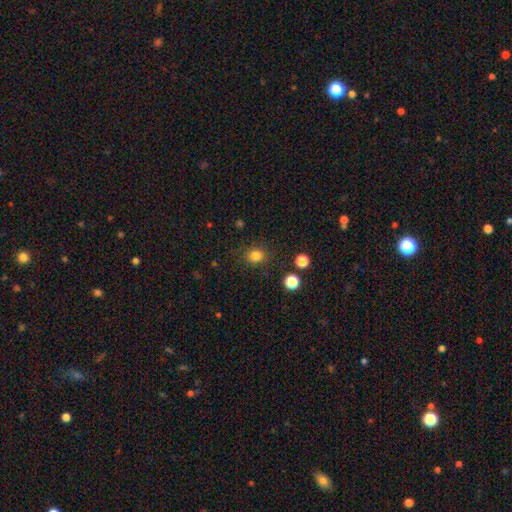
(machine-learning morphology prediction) Q: Smooth or featured?
A: smooth (82%); runner-up: star or artifact (13%)
Q: How rounded?
A: round (76%); runner-up: in between (23%)
Q: Merging?
A: none (86%); runner-up: minor disturbance (9%)